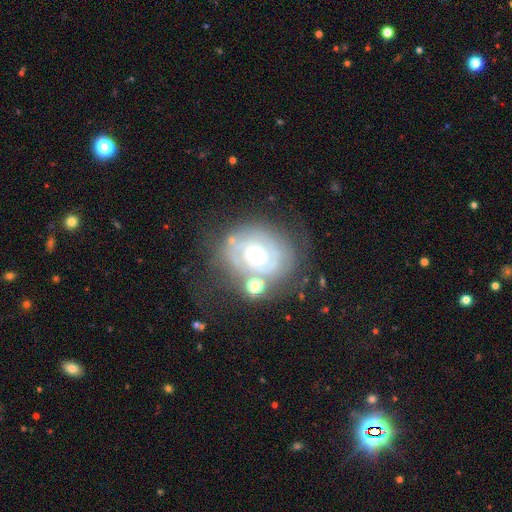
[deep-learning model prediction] Smooth or featured? Predicted: featured or disk (p=0.85). Edge-on disk? Predicted: no (p=0.97). Bar? Predicted: no (p=0.60). Spiral arms? Predicted: yes (p=0.93). Spiral winding? Predicted: tight (p=0.74). Spiral arm count? Predicted: 2 (p=0.49). Bulge size? Predicted: moderate (p=0.68). Merging? Predicted: none (p=0.65).